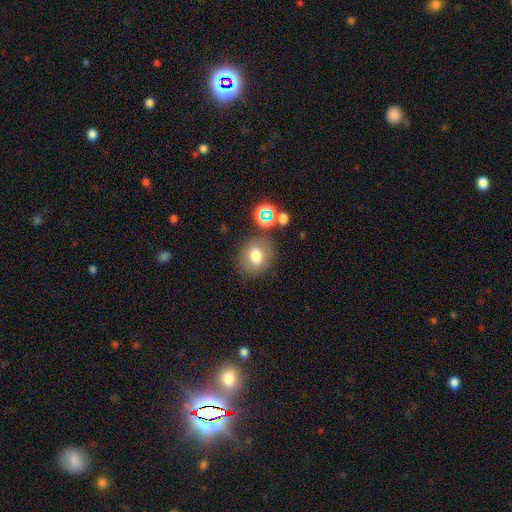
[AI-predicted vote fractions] Smooth or featured? Predicted: smooth (p=0.74). How rounded? Predicted: round (p=0.68). Merging? Predicted: none (p=0.75).